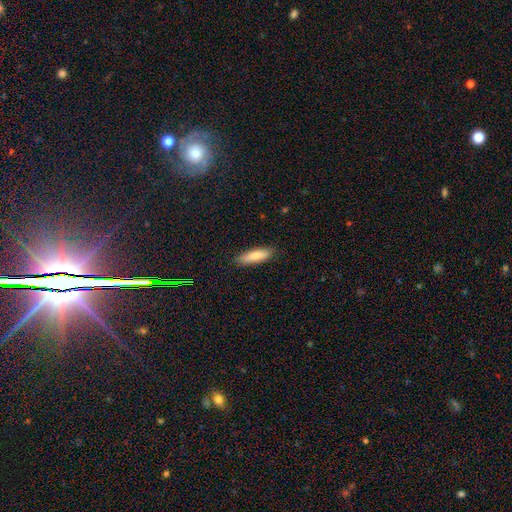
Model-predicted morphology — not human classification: This is likely a smooth galaxy (79%). How rounded: likely cigar-shaped (61%). Merging: clearly none (87%).